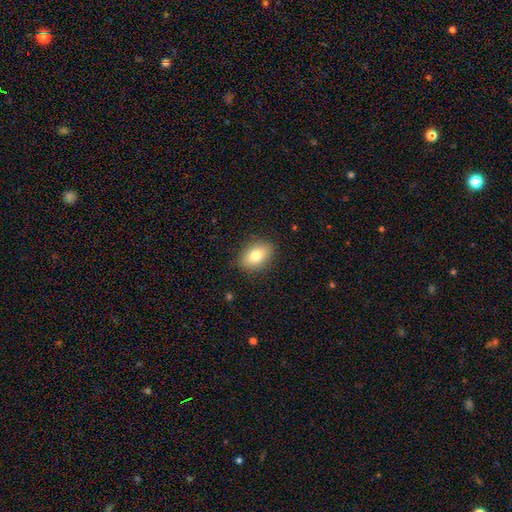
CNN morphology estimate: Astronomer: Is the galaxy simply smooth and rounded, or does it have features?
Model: smooth — 78%.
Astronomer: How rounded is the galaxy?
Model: in between — 80%.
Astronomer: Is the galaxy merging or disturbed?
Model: none — 86%.